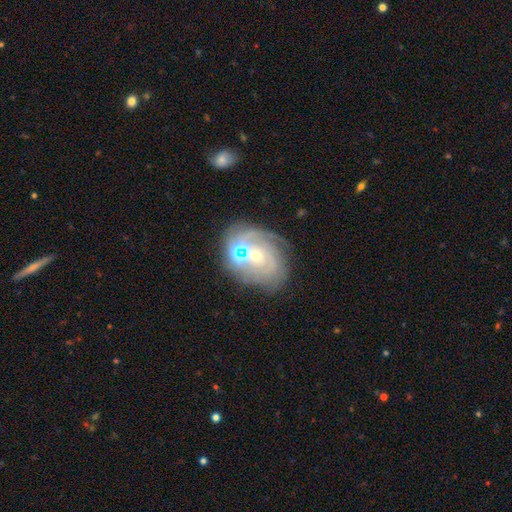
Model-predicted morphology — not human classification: smooth_or_featured: featured or disk (p=0.75) [alt: smooth p=0.14]
disk_edge_on: no (p=0.97) [alt: yes p=0.03]
bar: no (p=0.73) [alt: weak p=0.22]
has_spiral_arms: yes (p=0.87) [alt: no p=0.13]
spiral_winding: tight (p=0.61) [alt: medium p=0.29]
spiral_arm_count: can't tell (p=0.35) [alt: 2 p=0.26]
bulge_size: small (p=0.61) [alt: moderate p=0.32]
merging: none (p=0.56) [alt: minor disturbance p=0.18]